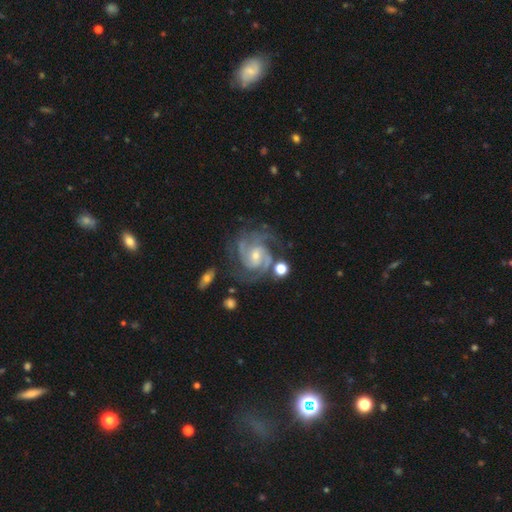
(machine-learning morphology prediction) smooth-or-featured: featured or disk: 90% | star or artifact: 5% | smooth: 4%
  disk-edge-on: no: 98% | yes: 2%
    bar: no: 46% | weak: 42% | strong: 12%
    has-spiral-arms: yes: 98% | no: 2%
      spiral-winding: tight: 53% | medium: 41% | loose: 6%
      spiral-arm-count: 3: 37% | 2: 31% | can't tell: 12% | 4: 11% | 1: 5% | more than 4: 5%
    bulge-size: small: 61% | moderate: 34% | none: 2% | large: 2% | dominant: 1%
  merging: none: 68% | minor disturbance: 17% | major disturbance: 9% | merger: 6%